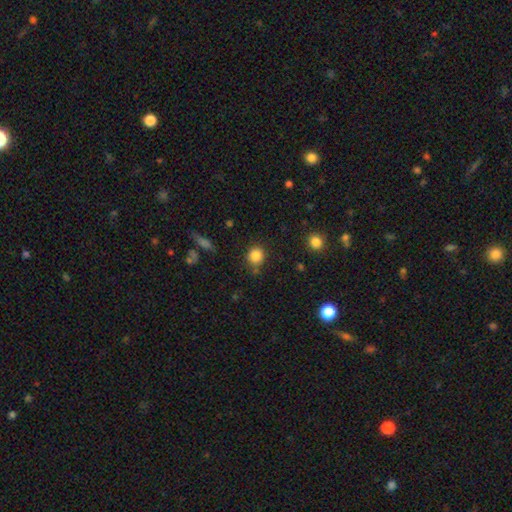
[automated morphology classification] This is clearly a smooth galaxy (84%). How rounded: clearly round (87%). Merging: likely none (78%).